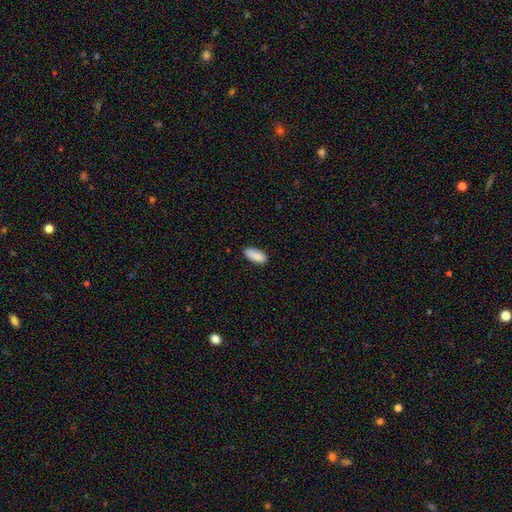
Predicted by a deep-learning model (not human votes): smooth_or_featured: smooth (p=0.88) [alt: star or artifact p=0.07]
how_rounded: in between (p=0.86) [alt: cigar-shaped p=0.12]
merging: none (p=0.83) [alt: minor disturbance p=0.14]